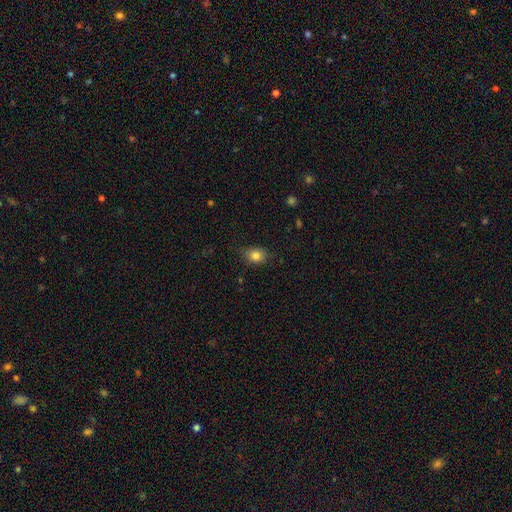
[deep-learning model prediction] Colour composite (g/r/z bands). It shows a smooth galaxy with no disk features (82%) that is in between round and cigar-shaped (53%). Merging: none (72%).